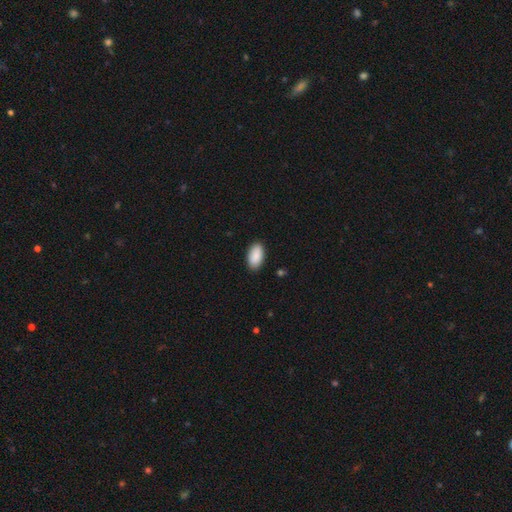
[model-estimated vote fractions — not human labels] The model was most divided on "merging": none: 89%, minor disturbance: 8%, major disturbance: 2%, merger: 1%. More confident: how rounded — in between (95%); smooth or featured — smooth (90%).